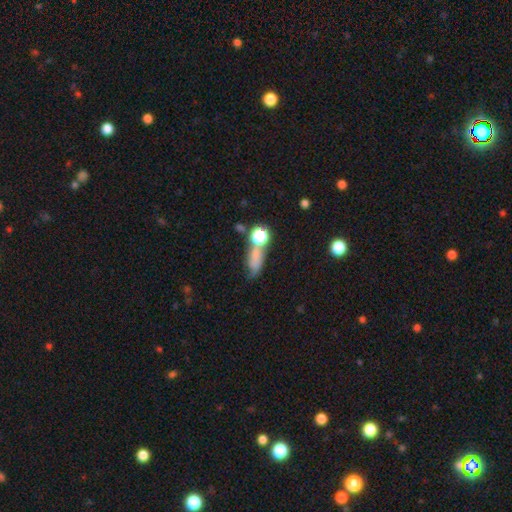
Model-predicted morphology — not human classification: This is likely a smooth galaxy (68%). How rounded: possibly in between (49%). Merging: marginally none (41%).